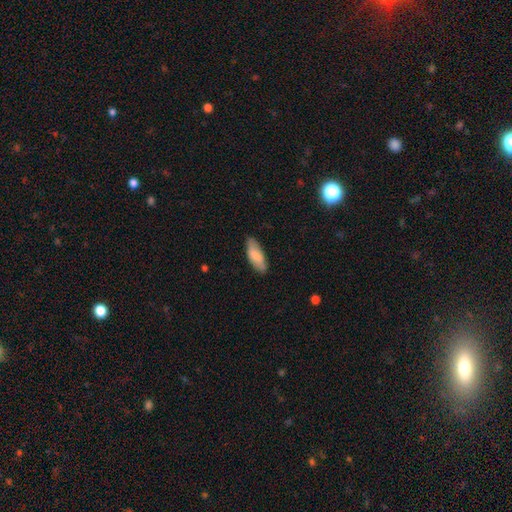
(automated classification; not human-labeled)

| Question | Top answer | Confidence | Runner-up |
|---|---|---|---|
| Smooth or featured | smooth | 82% | featured or disk (13%) |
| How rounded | in between | 73% | cigar-shaped (26%) |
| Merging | none | 80% | minor disturbance (16%) |